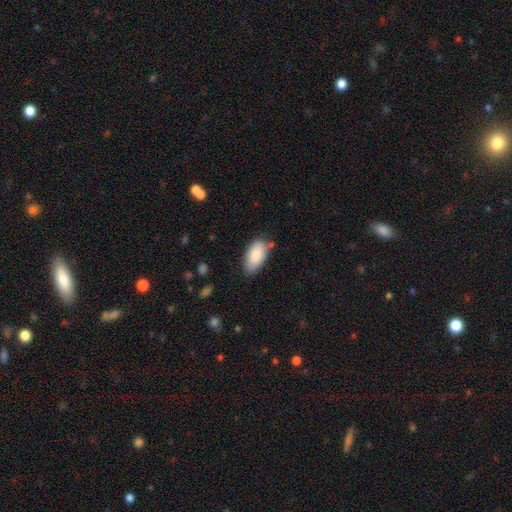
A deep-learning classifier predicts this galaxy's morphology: Overall: smooth (85%). How rounded: in between (93%). Merging: none (73%).